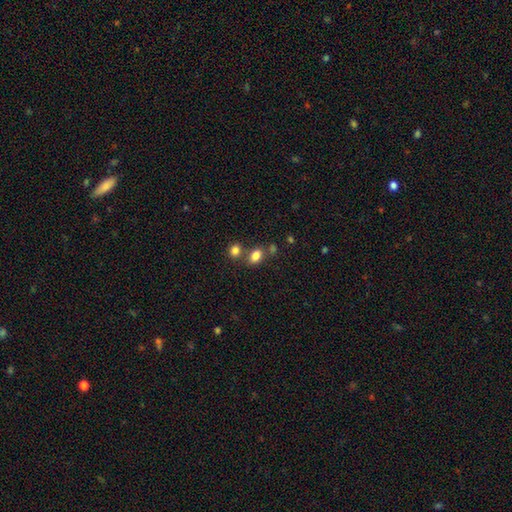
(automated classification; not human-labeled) Smooth or featured? Predicted: smooth (p=0.82). How rounded? Predicted: in between (p=0.77). Merging? Predicted: none (p=0.58).